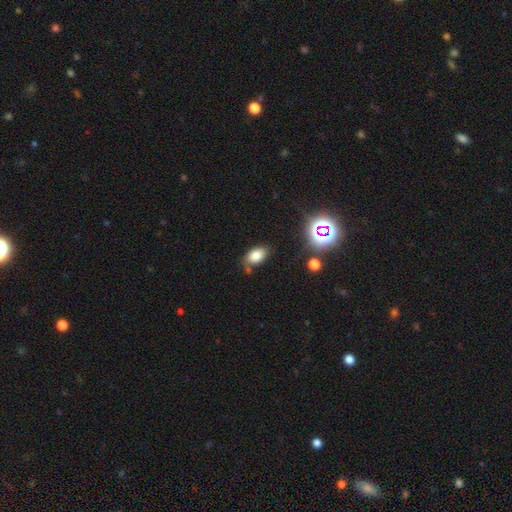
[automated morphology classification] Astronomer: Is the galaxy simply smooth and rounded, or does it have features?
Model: smooth — 79%.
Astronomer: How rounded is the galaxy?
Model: in between — 89%.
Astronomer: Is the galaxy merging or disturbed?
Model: none — 74%.